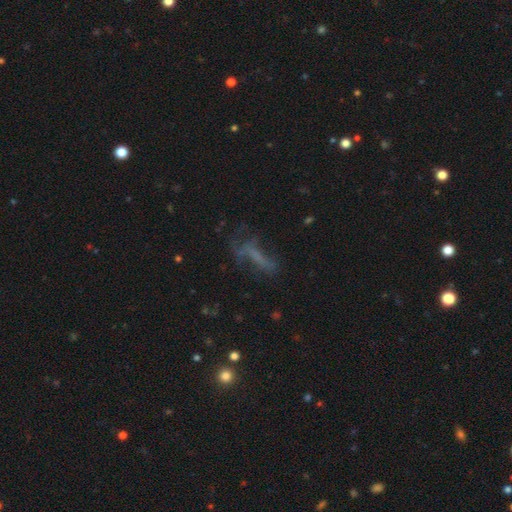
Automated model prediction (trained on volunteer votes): This appears to be a smooth galaxy with no disk features (39%). Merging: none (43%).